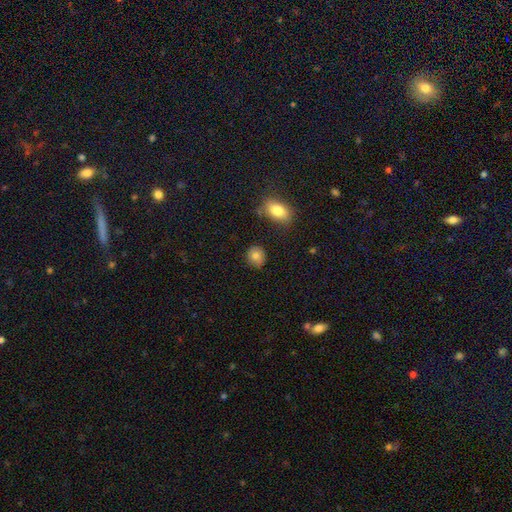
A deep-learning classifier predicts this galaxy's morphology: smooth-or-featured: smooth: 81% | featured or disk: 9% | star or artifact: 9%
  how-rounded: round: 78% | in between: 21% | cigar-shaped: 1%
  merging: none: 82% | minor disturbance: 13% | major disturbance: 3% | merger: 2%